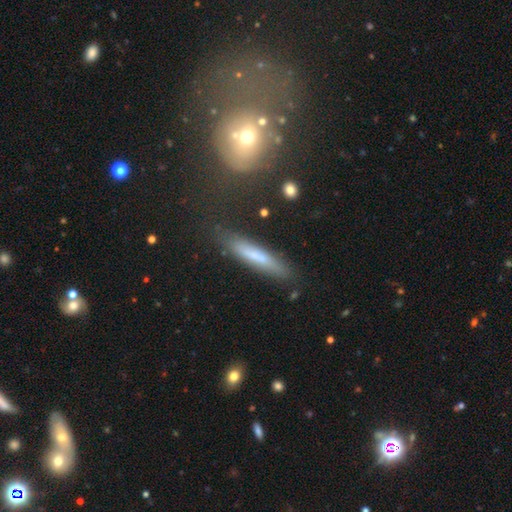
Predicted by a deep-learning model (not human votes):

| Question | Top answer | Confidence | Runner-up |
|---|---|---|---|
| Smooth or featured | smooth | 61% | featured or disk (31%) |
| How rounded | cigar-shaped | 90% | in between (8%) |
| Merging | none | 81% | minor disturbance (13%) |